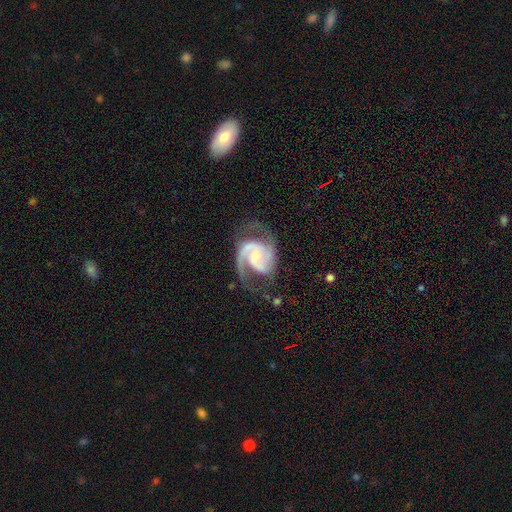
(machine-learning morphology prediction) Q: Smooth or featured?
A: featured or disk (91%); runner-up: smooth (4%)
Q: Edge-on disk?
A: no (98%); runner-up: yes (2%)
Q: Bar?
A: no (52%); runner-up: weak (37%)
Q: Spiral arms?
A: yes (98%); runner-up: no (2%)
Q: Spiral winding?
A: medium (56%); runner-up: tight (29%)
Q: Spiral arm count?
A: 2 (80%); runner-up: 3 (9%)
Q: Bulge size?
A: small (52%); runner-up: moderate (41%)
Q: Merging?
A: none (63%); runner-up: minor disturbance (20%)